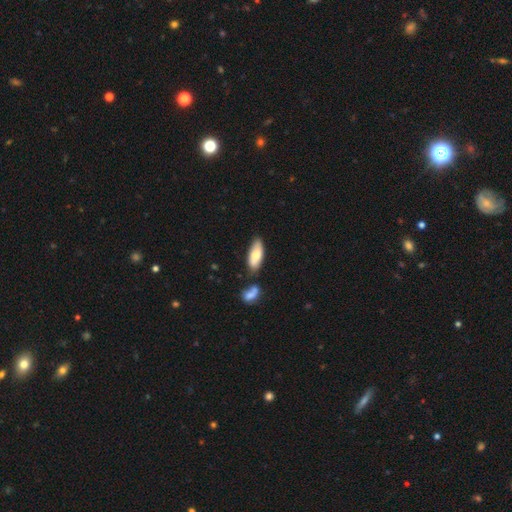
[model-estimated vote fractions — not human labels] This is likely a smooth galaxy (74%). How rounded: likely in between (77%). Merging: likely none (66%).